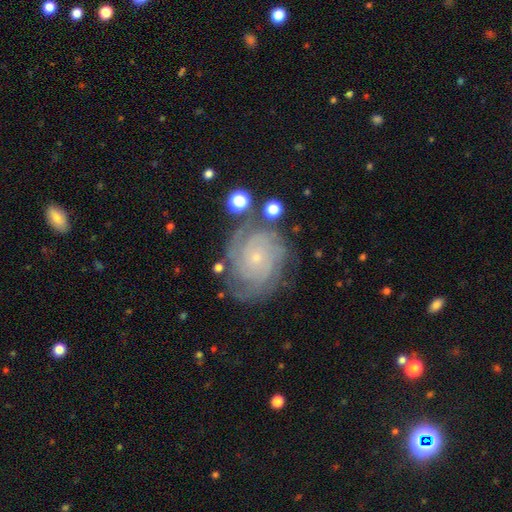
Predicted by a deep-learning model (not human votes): Q: Smooth or featured?
A: featured or disk (86%); runner-up: star or artifact (7%)
Q: Edge-on disk?
A: no (98%); runner-up: yes (2%)
Q: Bar?
A: no (81%); runner-up: weak (15%)
Q: Spiral arms?
A: yes (98%); runner-up: no (2%)
Q: Spiral winding?
A: tight (79%); runner-up: medium (18%)
Q: Spiral arm count?
A: 4 (22%); runner-up: can't tell (21%)
Q: Bulge size?
A: small (86%); runner-up: moderate (9%)
Q: Merging?
A: none (75%); runner-up: minor disturbance (16%)